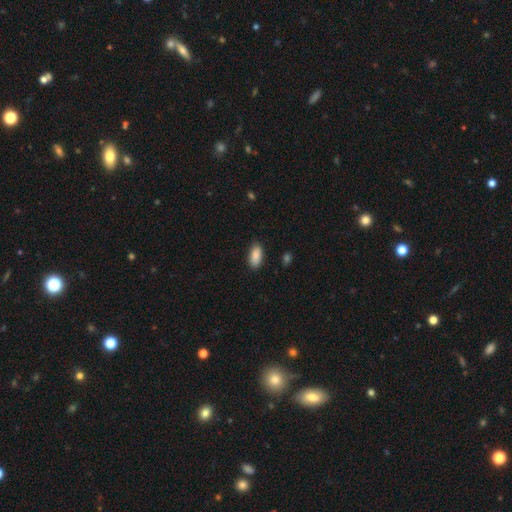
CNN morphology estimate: Smooth or featured: smooth — 88% (star or artifact — 7%)
How rounded: in between — 91% (cigar-shaped — 6%)
Merging: none — 85% (minor disturbance — 11%)